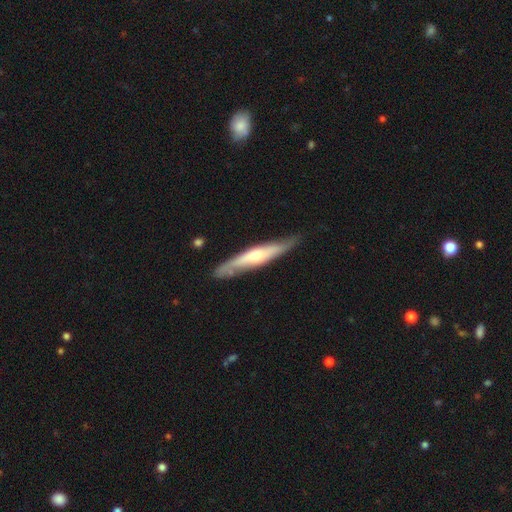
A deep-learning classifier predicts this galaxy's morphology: featured or disk 58%, smooth 37%, star or artifact 5%. Down the decision tree: edge-on disk — yes (82%); merging — none (80%).